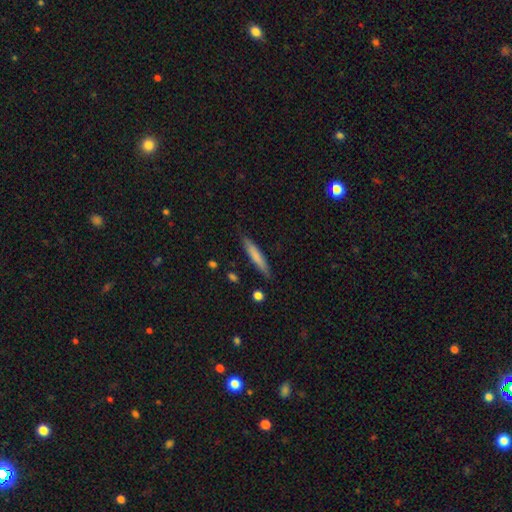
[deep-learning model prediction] This appears to be a smooth galaxy with no disk features (75%) that is cigar-shaped (92%). Merging: none (86%).